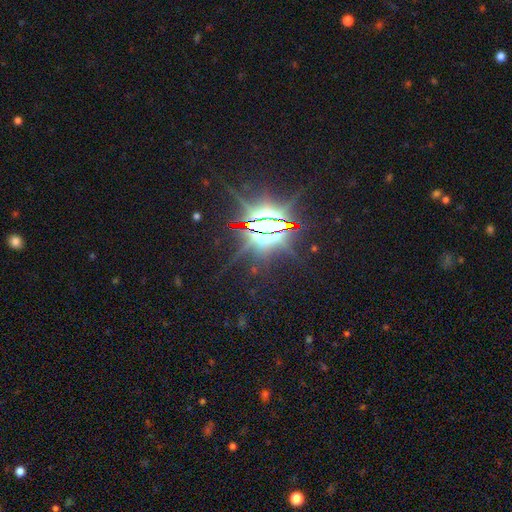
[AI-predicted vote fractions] Overall: star or artifact (82%).